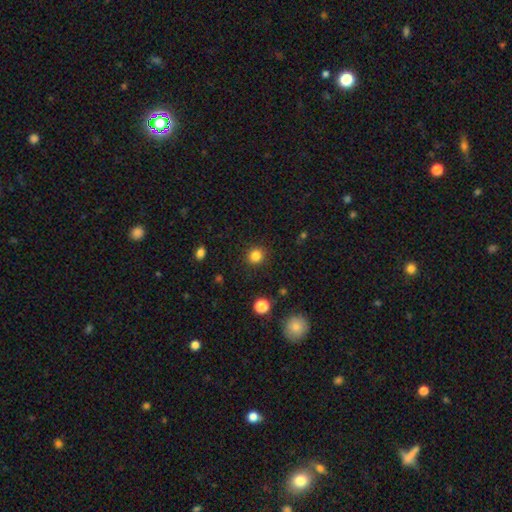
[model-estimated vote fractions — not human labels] Q: Smooth or featured?
A: smooth (84%); runner-up: star or artifact (12%)
Q: How rounded?
A: round (91%); runner-up: in between (8%)
Q: Merging?
A: none (91%); runner-up: minor disturbance (6%)